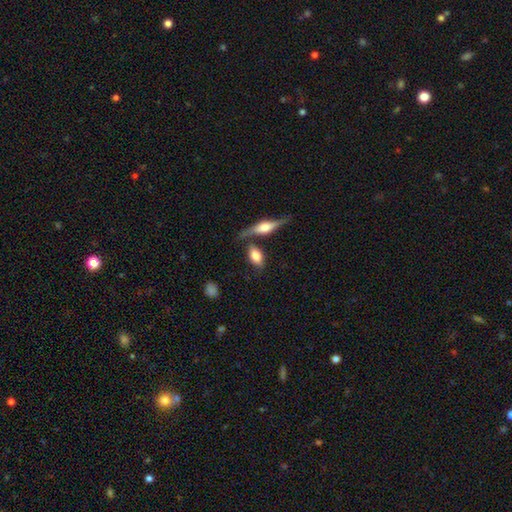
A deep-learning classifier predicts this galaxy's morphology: Smooth or featured: smooth — 69% (featured or disk — 24%)
How rounded: in between — 86% (cigar-shaped — 9%)
Merging: none — 62% (merger — 18%)